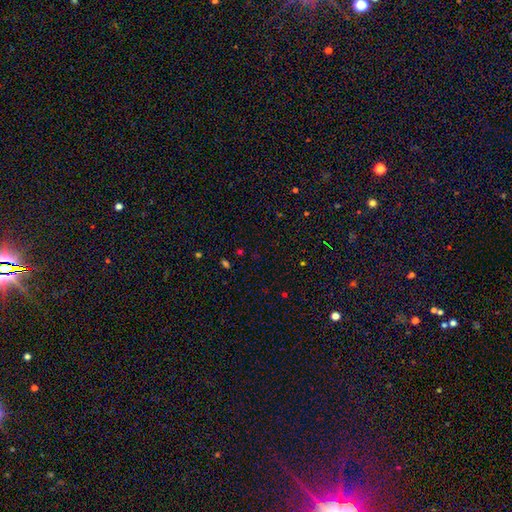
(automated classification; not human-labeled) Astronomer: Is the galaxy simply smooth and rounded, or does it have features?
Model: star or artifact — 55% (runner-up: smooth, 38%).